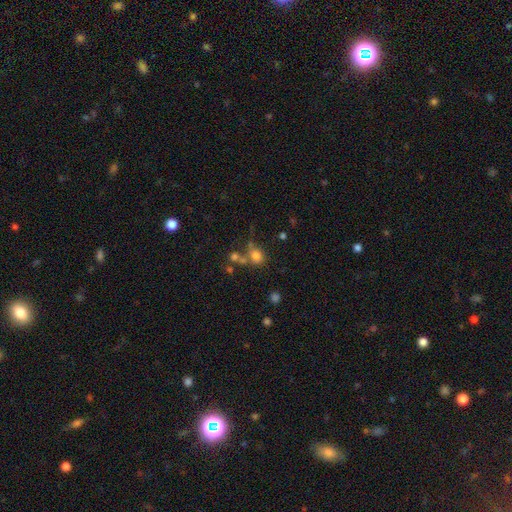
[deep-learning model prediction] The model was most divided on "merging": none: 50%, merger: 29%, minor disturbance: 13%, major disturbance: 9%. More confident: smooth or featured — smooth (74%); how rounded — round (70%).